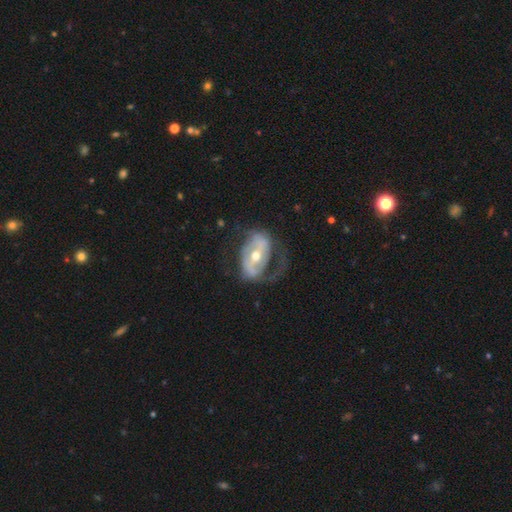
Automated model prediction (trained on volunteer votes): smooth-or-featured: featured or disk: 79% | smooth: 15% | star or artifact: 6%
  disk-edge-on: no: 95% | yes: 5%
    bar: strong: 45% | weak: 32% | no: 23%
    has-spiral-arms: yes: 77% | no: 23%
      spiral-winding: medium: 40% | loose: 36% | tight: 24%
      spiral-arm-count: 2: 68% | 1: 16% | can't tell: 13% | 3: 2% | 4: 1% | more than 4: 1%
    bulge-size: moderate: 64% | small: 31% | large: 3% | dominant: 1% | none: 1%
  merging: none: 46% | major disturbance: 31% | minor disturbance: 21% | merger: 2%